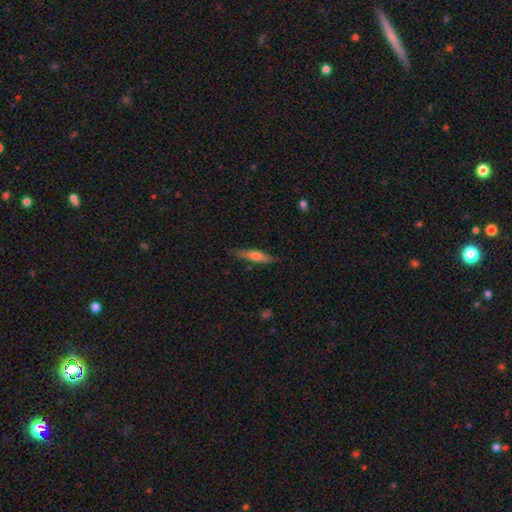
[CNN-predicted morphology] smooth_or_featured: smooth (p=0.60) [alt: featured or disk p=0.34]
how_rounded: cigar-shaped (p=0.82) [alt: in between p=0.16]
merging: none (p=0.81) [alt: minor disturbance p=0.15]